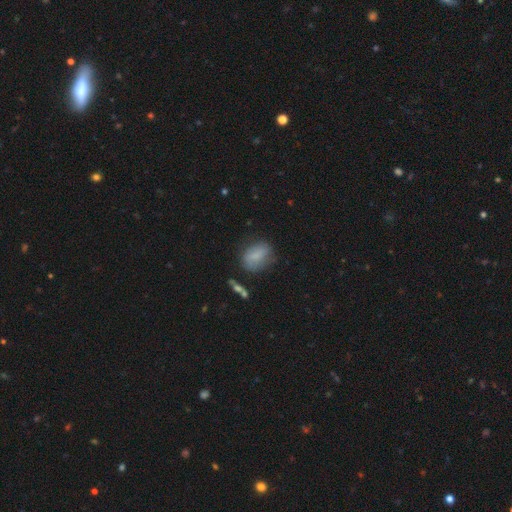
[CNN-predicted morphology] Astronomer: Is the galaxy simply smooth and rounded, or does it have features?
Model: smooth — 72%.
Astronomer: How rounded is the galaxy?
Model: in between — 70%.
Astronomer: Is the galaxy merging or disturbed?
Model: none — 64%.